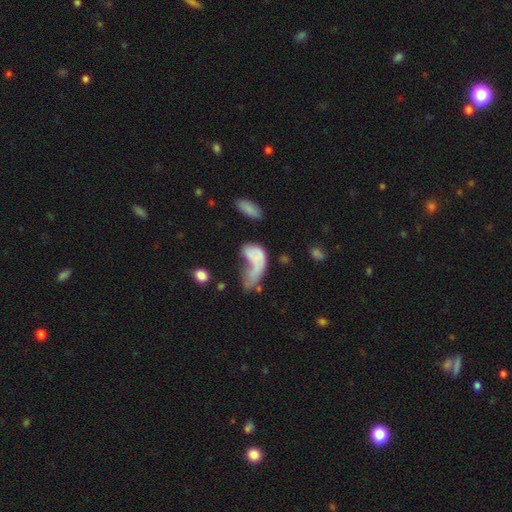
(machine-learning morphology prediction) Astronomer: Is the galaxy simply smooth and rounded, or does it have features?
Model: smooth — 55% (runner-up: featured or disk, 36%).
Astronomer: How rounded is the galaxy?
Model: in between — 81%.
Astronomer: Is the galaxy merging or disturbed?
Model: major disturbance — 54%.